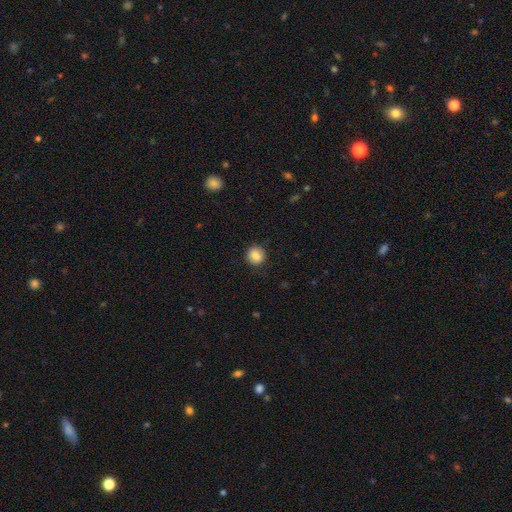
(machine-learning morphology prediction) This appears to be a smooth galaxy with no disk features (85%) that is round (86%). Merging: none (86%).